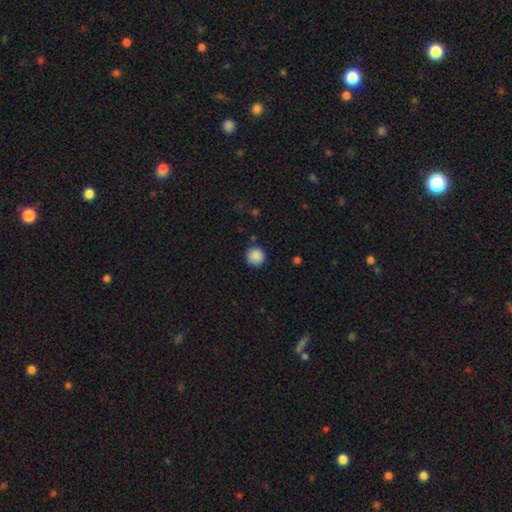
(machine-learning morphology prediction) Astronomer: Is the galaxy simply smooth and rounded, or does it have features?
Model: smooth — 88%.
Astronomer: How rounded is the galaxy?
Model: round — 95%.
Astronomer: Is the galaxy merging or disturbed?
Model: none — 89%.